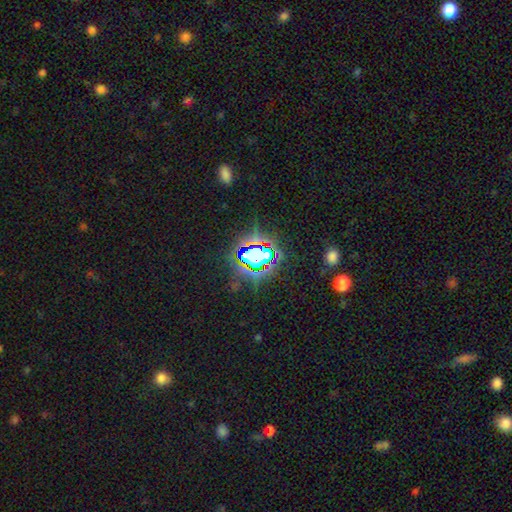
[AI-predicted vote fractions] A star or artifact, not a galaxy (73%).